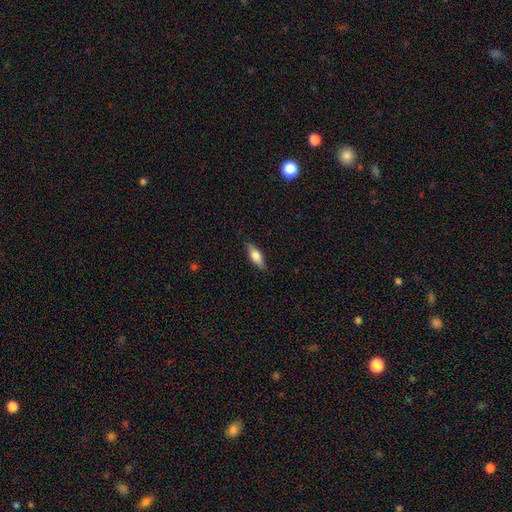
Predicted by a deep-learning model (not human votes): smooth 67%, featured or disk 27%, star or artifact 6%. Down the decision tree: how rounded — in between (66%); merging — none (84%).